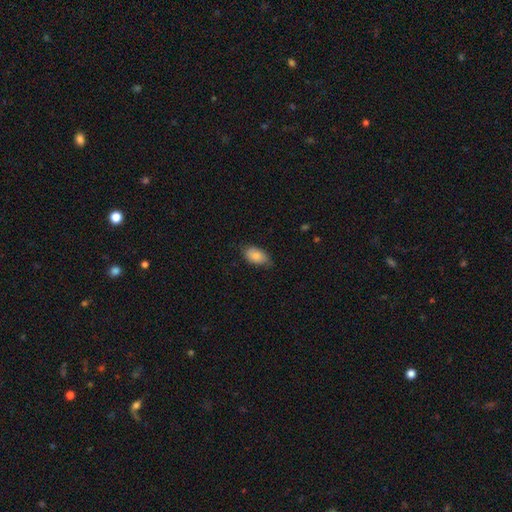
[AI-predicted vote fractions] Smooth or featured?
  - smooth: 83% *
  - featured or disk: 10%
  - star or artifact: 7%
How rounded?
  - in between: 92% *
  - round: 6%
  - cigar-shaped: 2%
Merging?
  - none: 68% *
  - minor disturbance: 26%
  - major disturbance: 5%
  - merger: 1%